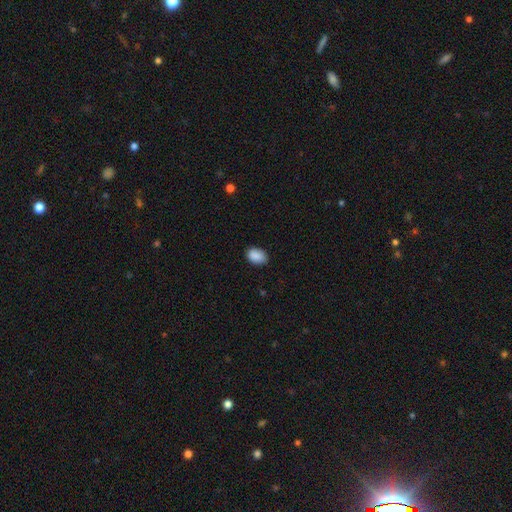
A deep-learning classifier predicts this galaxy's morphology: Smooth or featured? smooth (90%)
How rounded? in between (85%)
Merging? none (84%)